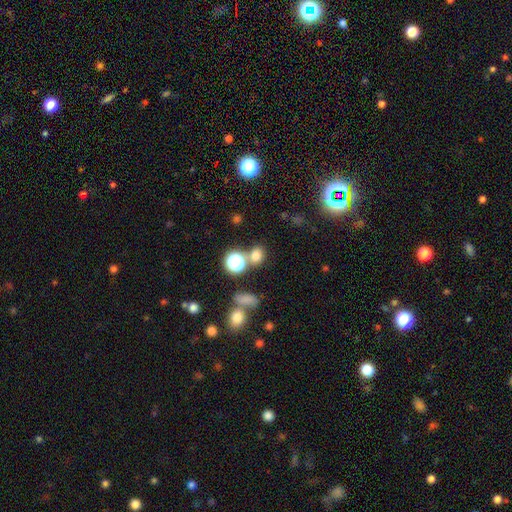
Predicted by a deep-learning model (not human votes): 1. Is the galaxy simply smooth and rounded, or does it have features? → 73% smooth, 20% star or artifact, 7% featured or disk.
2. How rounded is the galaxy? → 61% round, 38% in between, 2% cigar-shaped.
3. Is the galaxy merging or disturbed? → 62% none, 23% merger, 10% minor disturbance, 5% major disturbance.